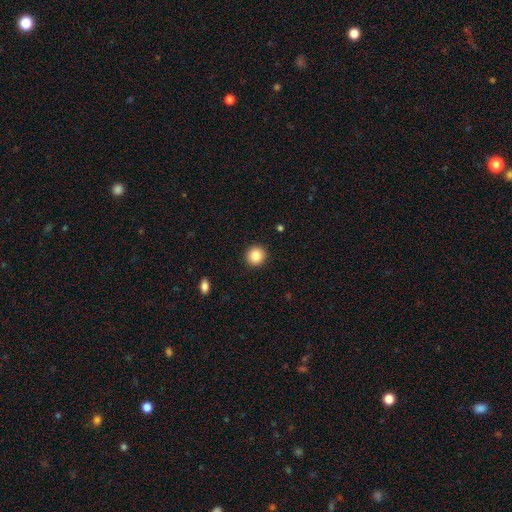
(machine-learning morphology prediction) Smooth or featured?
  - smooth: 87% *
  - star or artifact: 9%
  - featured or disk: 4%
How rounded?
  - round: 92% *
  - in between: 7%
  - cigar-shaped: 1%
Merging?
  - none: 92% *
  - minor disturbance: 5%
  - major disturbance: 2%
  - merger: 1%